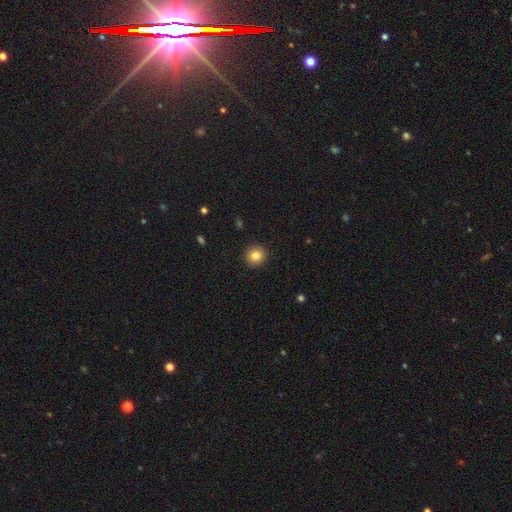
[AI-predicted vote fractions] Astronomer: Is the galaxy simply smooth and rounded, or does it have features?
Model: smooth — 83%.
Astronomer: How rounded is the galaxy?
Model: round — 91%.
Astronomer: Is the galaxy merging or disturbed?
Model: none — 92%.